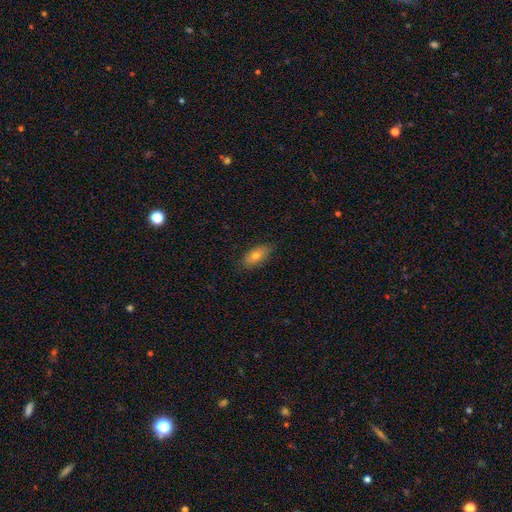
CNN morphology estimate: smooth_or_featured: smooth (p=0.68) [alt: featured or disk p=0.23]
how_rounded: in between (p=0.86) [alt: cigar-shaped p=0.09]
merging: none (p=0.82) [alt: minor disturbance p=0.14]